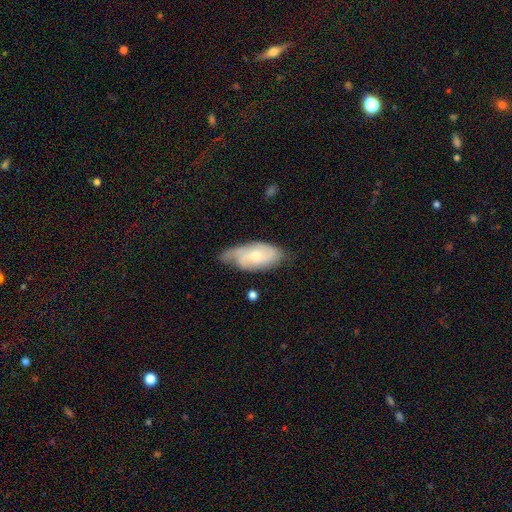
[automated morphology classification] Smooth or featured? Predicted: featured or disk (p=0.59). Edge-on disk? Predicted: no (p=0.91). Bar? Predicted: no (p=0.70). Spiral arms? Predicted: yes (p=0.85). Bulge size? Predicted: small (p=0.55). Merging? Predicted: none (p=0.53).